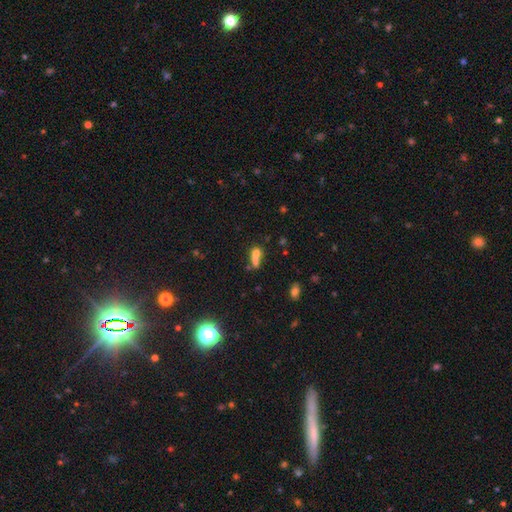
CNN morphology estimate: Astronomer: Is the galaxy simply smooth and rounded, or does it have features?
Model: smooth — 66%.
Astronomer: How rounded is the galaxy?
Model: in between — 52%.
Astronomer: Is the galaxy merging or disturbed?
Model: merger — 44% (runner-up: none, 31%).